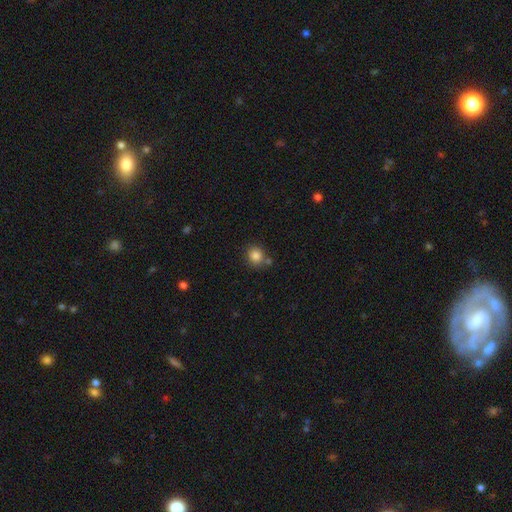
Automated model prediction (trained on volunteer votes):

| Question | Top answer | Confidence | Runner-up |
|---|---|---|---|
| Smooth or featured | smooth | 84% | star or artifact (11%) |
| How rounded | round | 84% | in between (15%) |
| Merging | none | 75% | minor disturbance (11%) |